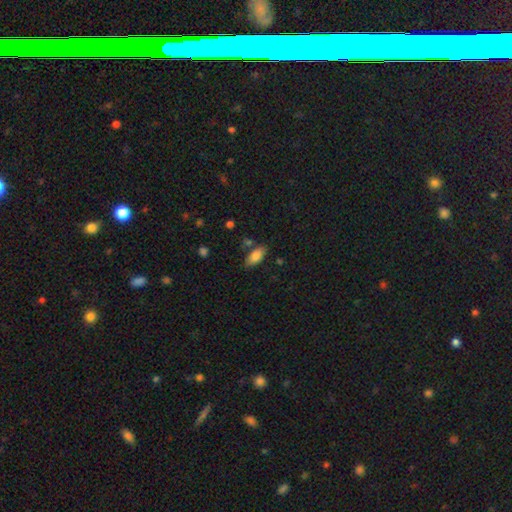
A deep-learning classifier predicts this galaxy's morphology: smooth_or_featured: smooth (p=0.82) [alt: featured or disk p=0.10]
how_rounded: in between (p=0.86) [alt: cigar-shaped p=0.12]
merging: none (p=0.74) [alt: minor disturbance p=0.16]